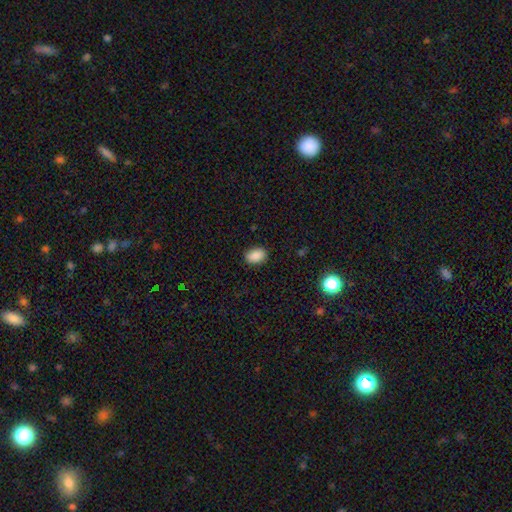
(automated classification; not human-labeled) Q: Smooth or featured?
A: smooth (89%); runner-up: star or artifact (8%)
Q: How rounded?
A: in between (84%); runner-up: round (15%)
Q: Merging?
A: none (89%); runner-up: minor disturbance (8%)